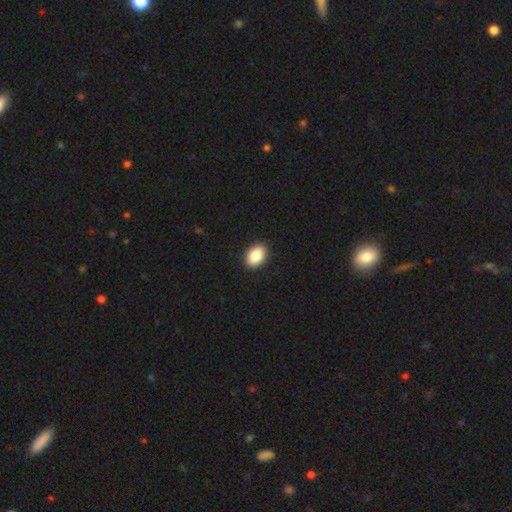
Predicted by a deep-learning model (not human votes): Overall: smooth (88%). How rounded: in between (85%). Merging: none (91%).